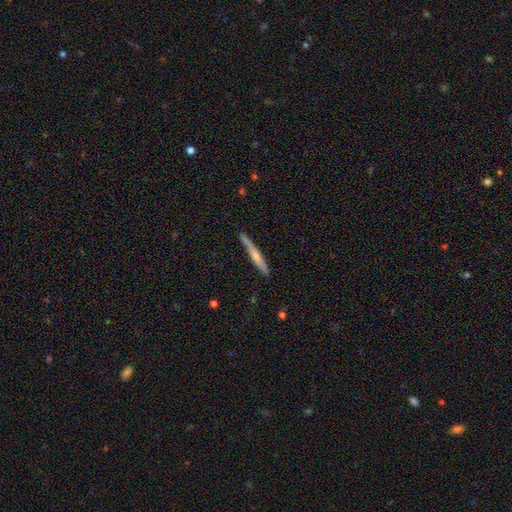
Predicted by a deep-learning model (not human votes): The model was most divided on "smooth or featured": smooth: 48%, featured or disk: 47%, star or artifact: 6%. More confident: merging — none (77%).